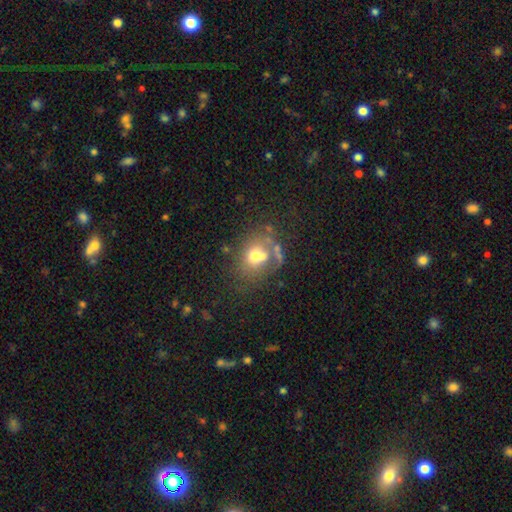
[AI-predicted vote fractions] smooth-or-featured: smooth: 61% | featured or disk: 25% | star or artifact: 15%
  how-rounded: round: 61% | in between: 38% | cigar-shaped: 1%
  merging: none: 44% | merger: 25% | minor disturbance: 17% | major disturbance: 14%